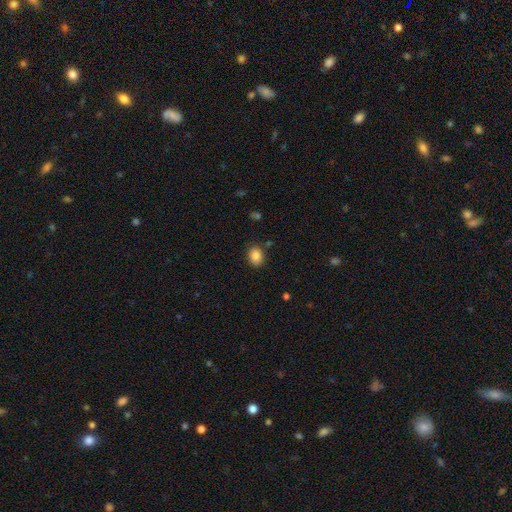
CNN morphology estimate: The model was most divided on "how rounded": in between: 56%, round: 43%, cigar-shaped: 1%. More confident: smooth or featured — smooth (86%); merging — none (84%).